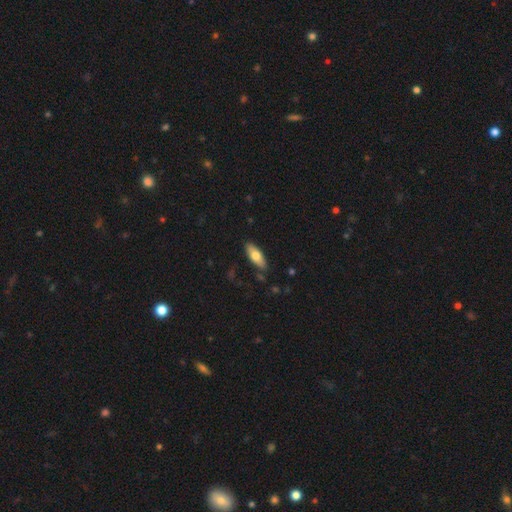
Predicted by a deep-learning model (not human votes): smooth 69%, featured or disk 25%, star or artifact 6%. Down the decision tree: how rounded — in between (71%); merging — none (85%).